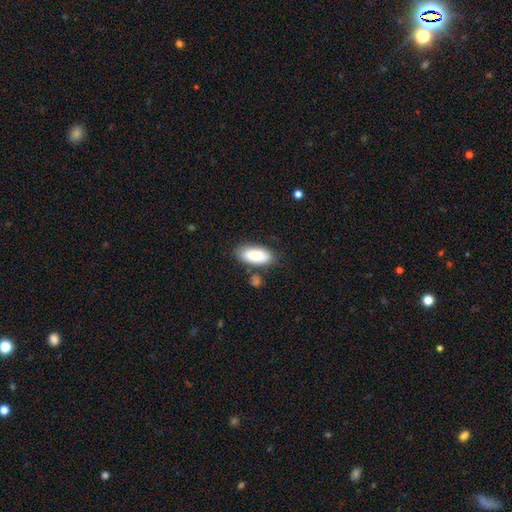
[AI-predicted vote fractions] Overall: smooth (85%). How rounded: in between (88%). Merging: none (77%).